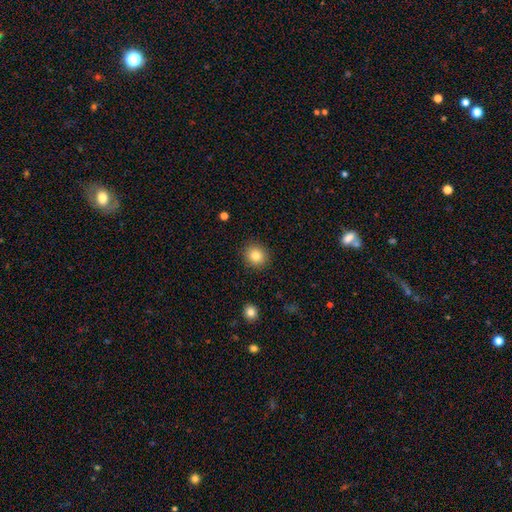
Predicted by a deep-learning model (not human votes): The model was most divided on "smooth or featured": smooth: 84%, star or artifact: 10%, featured or disk: 6%. More confident: merging — none (90%); how rounded — round (87%).